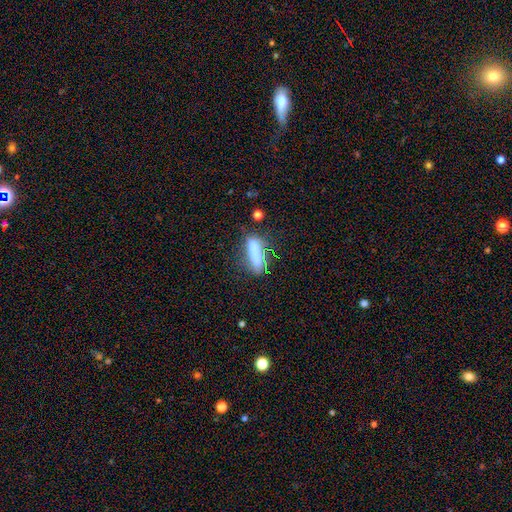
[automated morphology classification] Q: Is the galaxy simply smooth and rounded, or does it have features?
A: smooth — 66%.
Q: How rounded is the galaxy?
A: cigar-shaped — 64%.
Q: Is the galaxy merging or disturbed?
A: none — 53%.